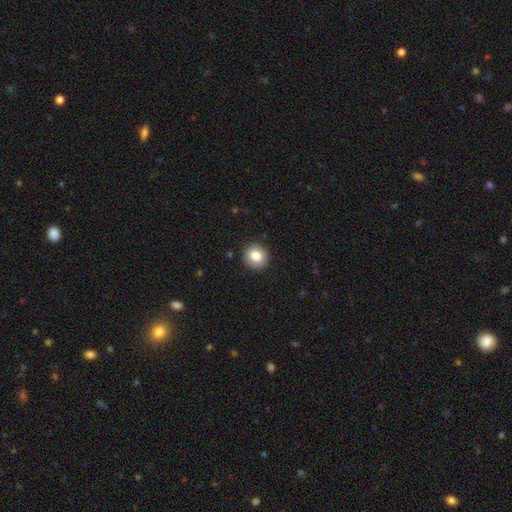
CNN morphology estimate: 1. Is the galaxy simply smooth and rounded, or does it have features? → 83% smooth, 9% star or artifact, 8% featured or disk.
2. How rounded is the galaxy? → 89% round, 10% in between, 1% cigar-shaped.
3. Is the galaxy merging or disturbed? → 91% none, 7% minor disturbance, 2% major disturbance, 1% merger.